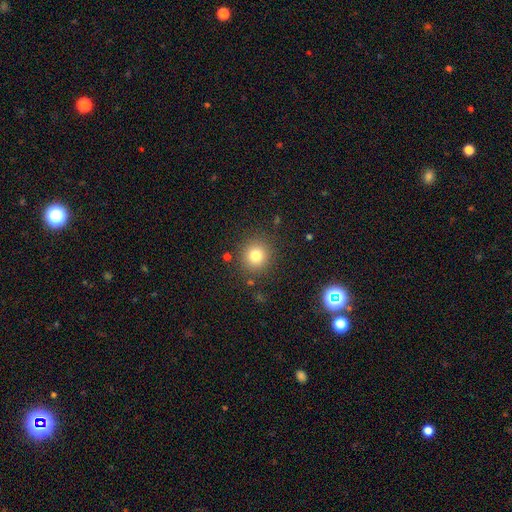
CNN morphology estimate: smooth 79%, star or artifact 13%, featured or disk 8%. Down the decision tree: how rounded — round (91%); merging — none (88%).